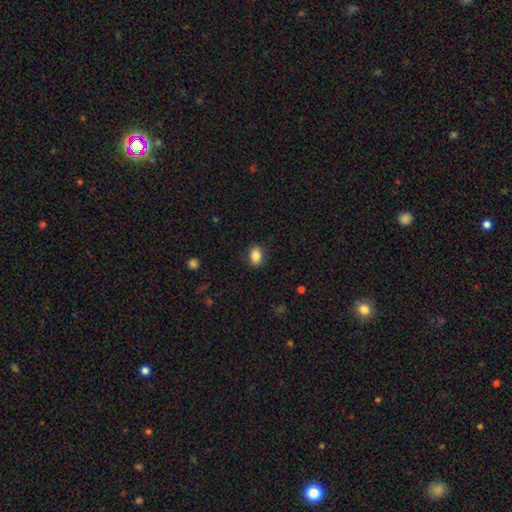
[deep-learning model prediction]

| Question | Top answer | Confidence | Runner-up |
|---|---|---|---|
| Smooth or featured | smooth | 86% | star or artifact (9%) |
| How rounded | in between | 69% | round (30%) |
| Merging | none | 87% | minor disturbance (9%) |